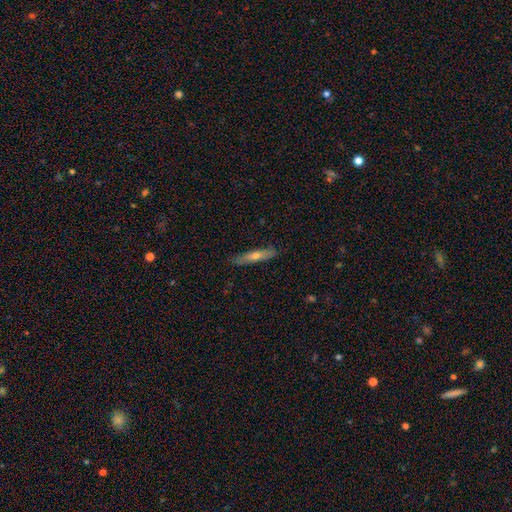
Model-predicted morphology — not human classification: Smooth or featured: smooth — 49% (featured or disk — 44%)
Merging: none — 86% (minor disturbance — 11%)